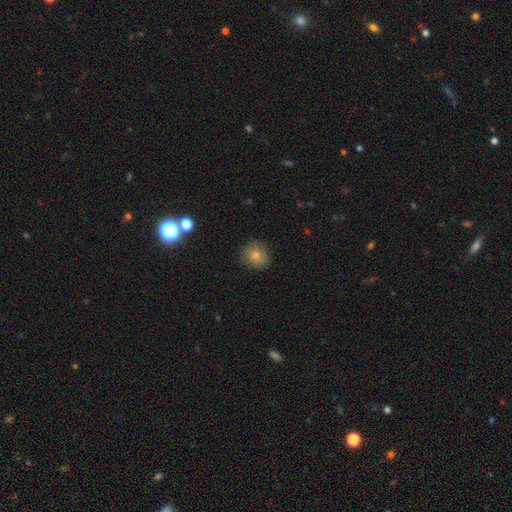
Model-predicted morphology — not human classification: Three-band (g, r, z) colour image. It shows a smooth galaxy with no disk features (79%) that is round (82%). Merging: none (83%).